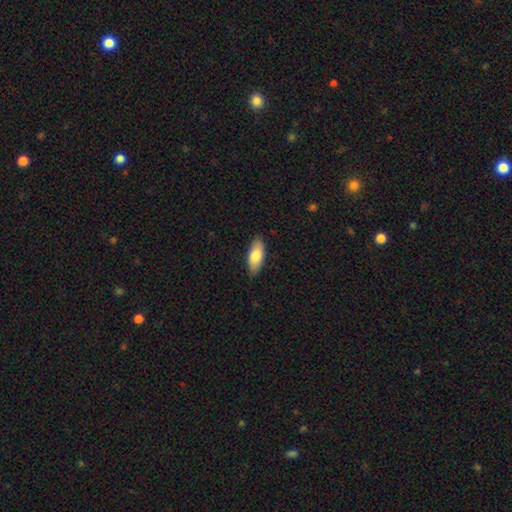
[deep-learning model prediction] Smooth or featured? smooth (81%)
How rounded? in between (84%)
Merging? none (86%)